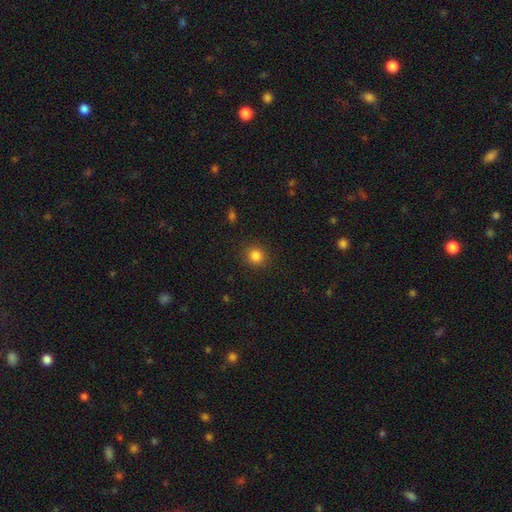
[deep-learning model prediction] smooth-or-featured: smooth: 84% | star or artifact: 12% | featured or disk: 4%
  how-rounded: round: 89% | in between: 10% | cigar-shaped: 1%
  merging: none: 90% | minor disturbance: 7% | major disturbance: 2% | merger: 1%